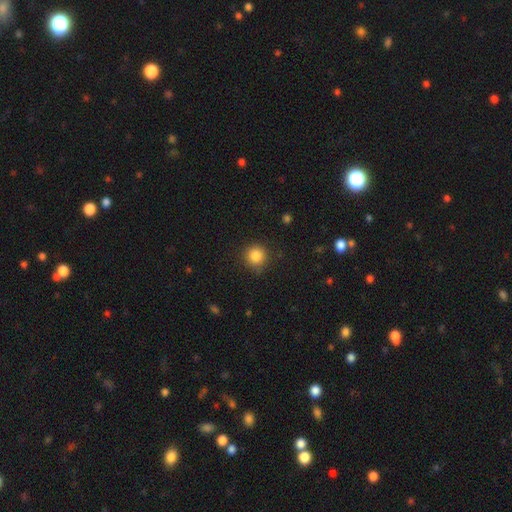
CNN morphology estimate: This is clearly a smooth galaxy (85%). How rounded: clearly round (93%). Merging: clearly none (84%).